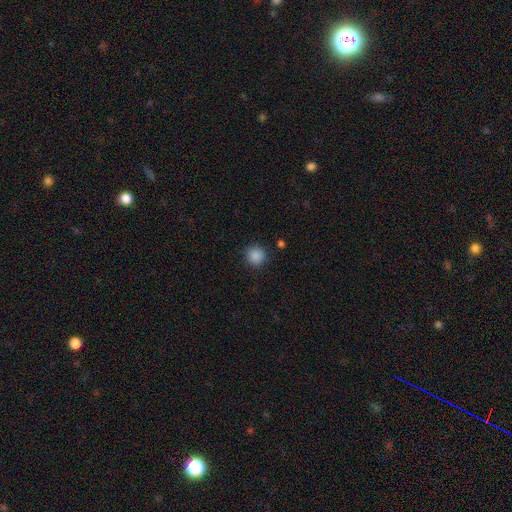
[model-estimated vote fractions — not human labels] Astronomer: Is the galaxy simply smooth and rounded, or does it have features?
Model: smooth — 87%.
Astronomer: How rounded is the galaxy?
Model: round — 93%.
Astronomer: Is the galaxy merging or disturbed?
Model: none — 89%.